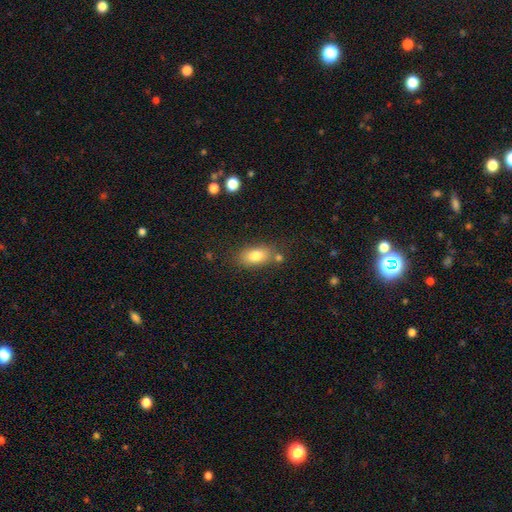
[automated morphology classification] smooth 80%, featured or disk 11%, star or artifact 9%. Down the decision tree: how rounded — in between (87%); merging — none (73%).